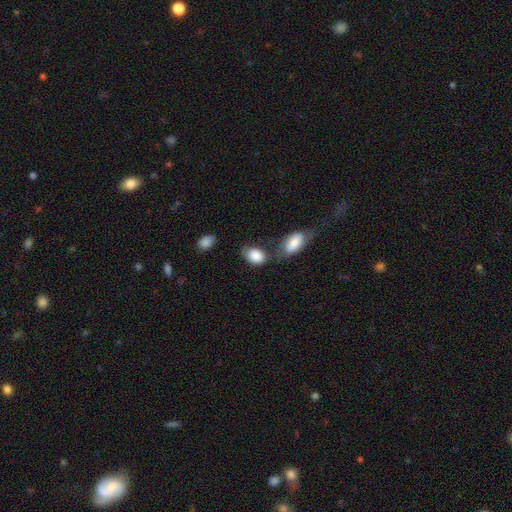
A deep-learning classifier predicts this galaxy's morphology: Q: Smooth or featured?
A: smooth (86%); runner-up: featured or disk (8%)
Q: How rounded?
A: in between (84%); runner-up: round (14%)
Q: Merging?
A: none (42%); runner-up: merger (26%)